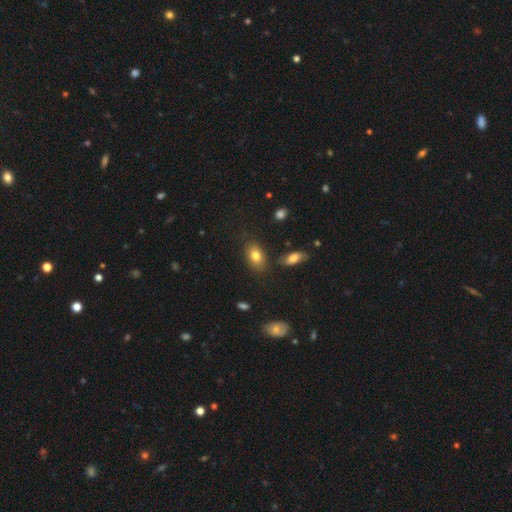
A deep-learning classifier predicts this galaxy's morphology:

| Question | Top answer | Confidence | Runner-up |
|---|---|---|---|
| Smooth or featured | smooth | 79% | featured or disk (12%) |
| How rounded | in between | 86% | round (11%) |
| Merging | none | 79% | minor disturbance (13%) |